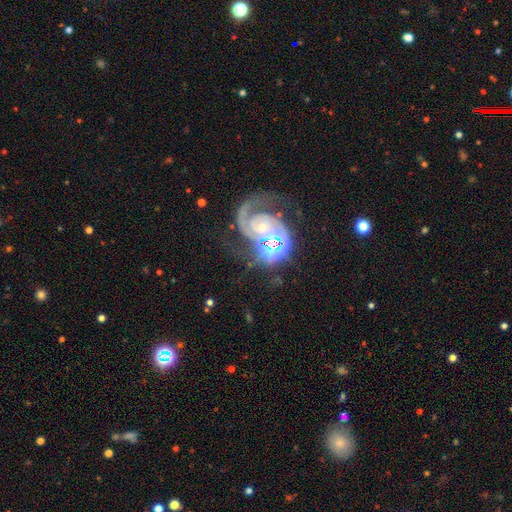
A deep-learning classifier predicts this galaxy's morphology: type=featured or disk (63%); edge-on=no (96%); bar=no (63%); spiral arms=yes (78%); bulge=moderate (42%); merging=none (35%).